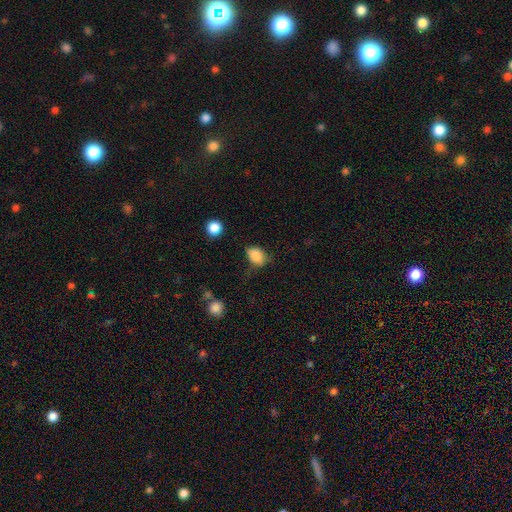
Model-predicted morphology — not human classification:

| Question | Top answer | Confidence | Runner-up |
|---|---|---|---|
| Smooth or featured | smooth | 84% | star or artifact (9%) |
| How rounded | in between | 65% | round (34%) |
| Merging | none | 51% | minor disturbance (34%) |